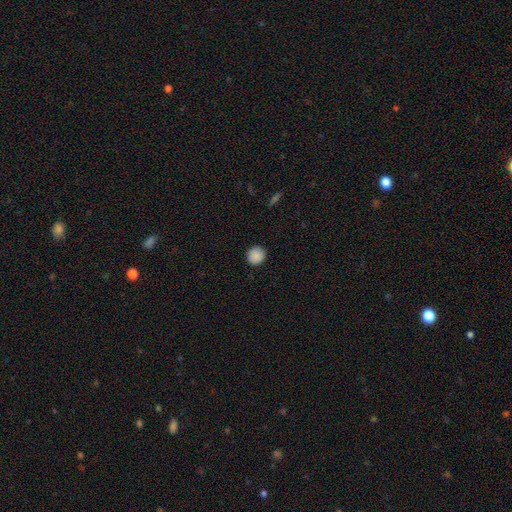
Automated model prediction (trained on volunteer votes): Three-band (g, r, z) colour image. It shows a smooth galaxy with no disk features (88%) that is round (91%). Merging: none (90%).